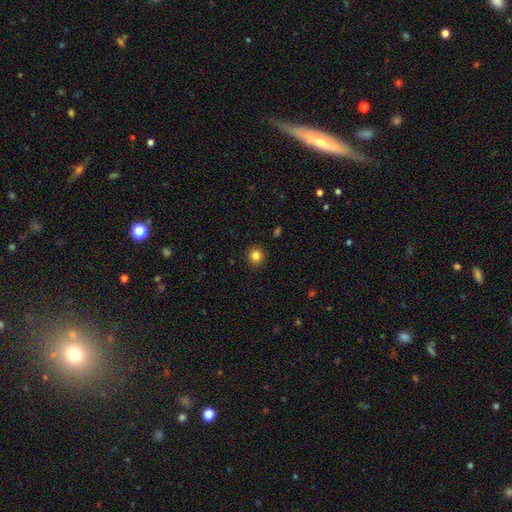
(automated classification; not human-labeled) Smooth or featured?
  - smooth: 84% *
  - star or artifact: 11%
  - featured or disk: 5%
How rounded?
  - round: 92% *
  - in between: 7%
  - cigar-shaped: 1%
Merging?
  - none: 92% *
  - minor disturbance: 5%
  - major disturbance: 2%
  - merger: 1%